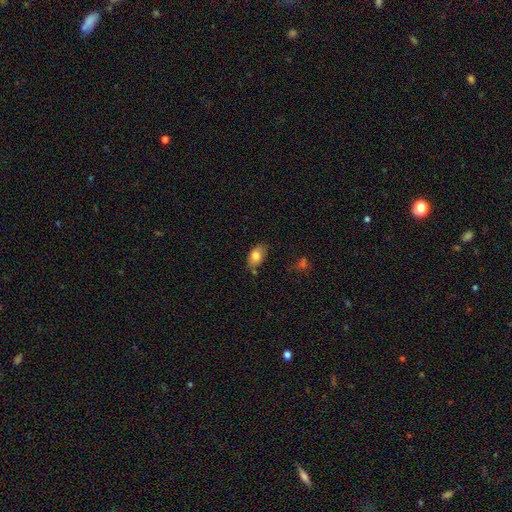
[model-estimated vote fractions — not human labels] Smooth or featured? Predicted: smooth (p=0.82). How rounded? Predicted: in between (p=0.90). Merging? Predicted: none (p=0.73).